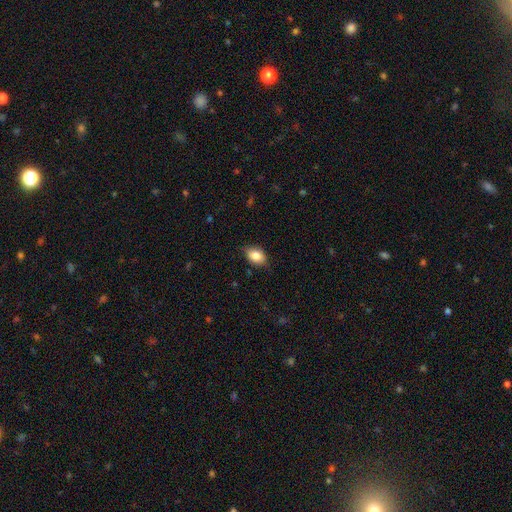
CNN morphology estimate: smooth_or_featured: smooth (p=0.85) [alt: featured or disk p=0.08]
how_rounded: in between (p=0.83) [alt: round p=0.16]
merging: none (p=0.80) [alt: minor disturbance p=0.16]